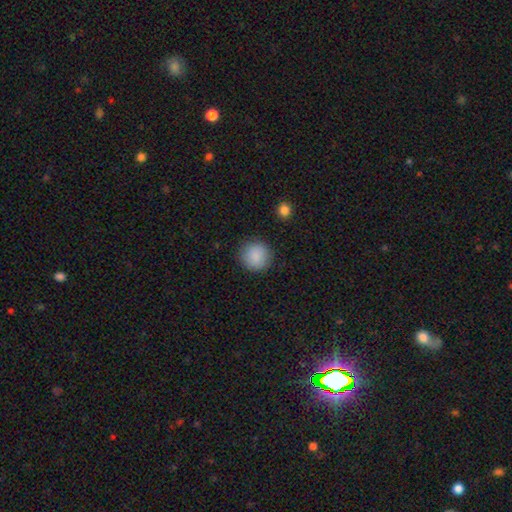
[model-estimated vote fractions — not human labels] Morphology: type=smooth (89%); roundness=round (92%); merging=none (88%).